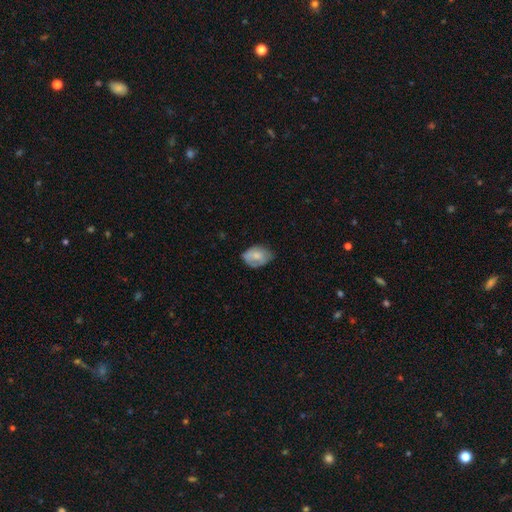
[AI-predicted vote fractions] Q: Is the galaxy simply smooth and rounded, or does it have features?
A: smooth — 67%.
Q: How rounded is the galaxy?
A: in between — 76%.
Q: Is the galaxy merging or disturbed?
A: none — 54%.